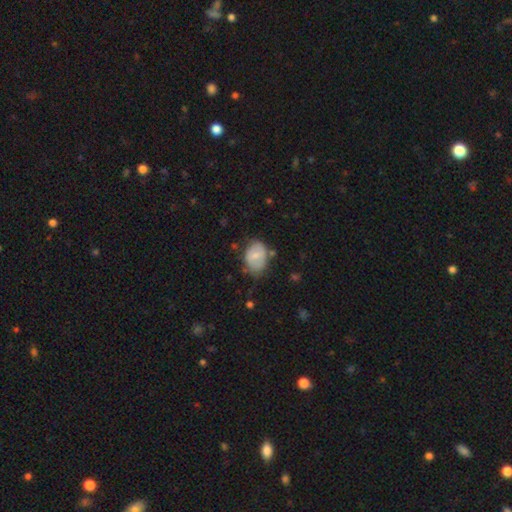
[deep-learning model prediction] Overall: smooth (63%; featured or disk 30%). How rounded: in between (74%). Merging: none (56%; minor disturbance 30%).